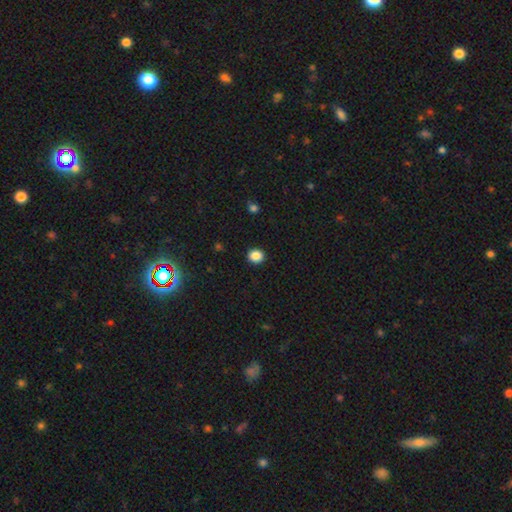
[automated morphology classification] Smooth or featured?
  - smooth: 87% *
  - star or artifact: 10%
  - featured or disk: 3%
How rounded?
  - round: 80% *
  - in between: 19%
  - cigar-shaped: 1%
Merging?
  - none: 91% *
  - minor disturbance: 6%
  - major disturbance: 2%
  - merger: 1%